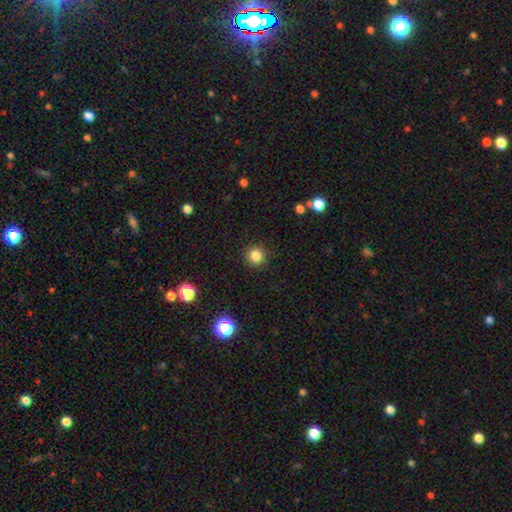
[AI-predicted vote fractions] Overall: smooth (83%). How rounded: round (93%). Merging: none (91%).